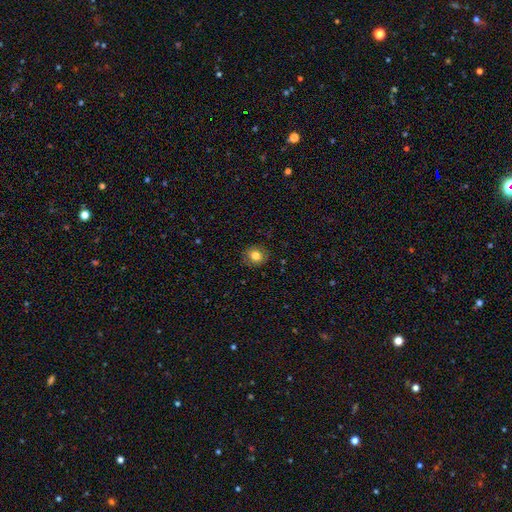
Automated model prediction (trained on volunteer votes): A smooth galaxy with no disk features (82%) that is round (81%).

Vote fractions:
- Smooth or featured? smooth: 82% / star or artifact: 10% / featured or disk: 8%
- How rounded? round: 81% / in between: 18% / cigar-shaped: 1%
- Merging? none: 88% / minor disturbance: 9% / major disturbance: 2% / merger: 1%